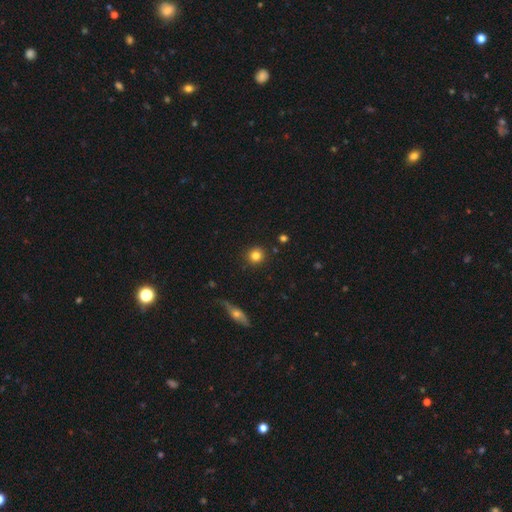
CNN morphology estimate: This appears to be a smooth galaxy with no disk features (81%) that is round (91%). Merging: none (90%).